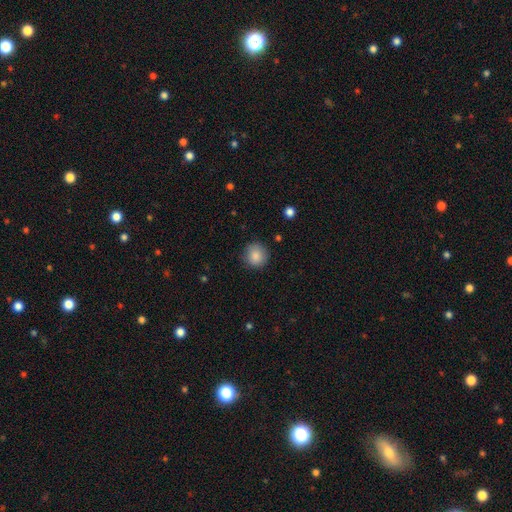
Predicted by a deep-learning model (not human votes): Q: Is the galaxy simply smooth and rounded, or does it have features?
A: smooth — 87%.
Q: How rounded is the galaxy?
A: round — 91%.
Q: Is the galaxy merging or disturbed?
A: none — 85%.